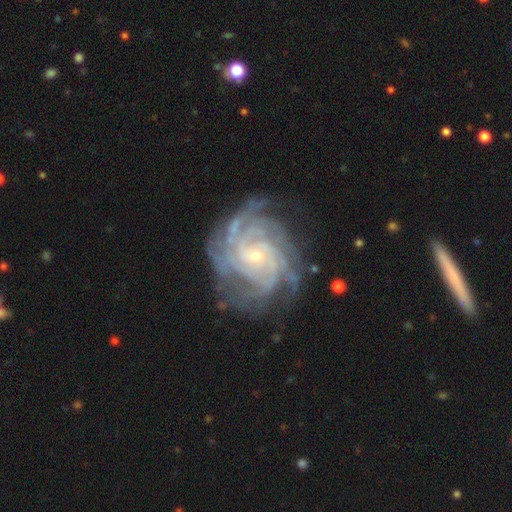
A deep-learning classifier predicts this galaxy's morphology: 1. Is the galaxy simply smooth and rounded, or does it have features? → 91% featured or disk, 5% star or artifact, 4% smooth.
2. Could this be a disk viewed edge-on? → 98% no, 2% yes.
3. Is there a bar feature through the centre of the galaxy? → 67% no, 25% weak, 8% strong.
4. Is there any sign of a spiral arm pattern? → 98% yes, 2% no.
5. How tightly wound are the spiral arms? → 75% tight, 22% medium, 3% loose.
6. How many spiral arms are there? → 31% 4, 20% more than 4, 18% can't tell, 14% 3, 10% 2, 7% 1.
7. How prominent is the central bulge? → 75% small, 22% moderate, 1% large, 1% none, 1% dominant.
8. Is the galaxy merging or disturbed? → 74% none, 17% minor disturbance, 7% major disturbance, 1% merger.